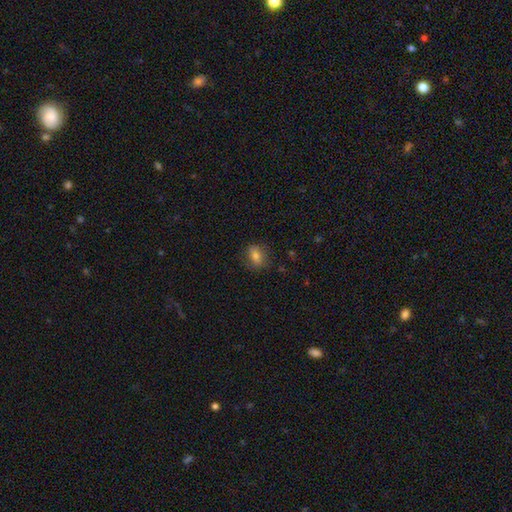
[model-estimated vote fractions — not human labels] smooth_or_featured: smooth (p=0.78) [alt: featured or disk p=0.12]
how_rounded: in between (p=0.70) [alt: round p=0.27]
merging: none (p=0.79) [alt: minor disturbance p=0.15]